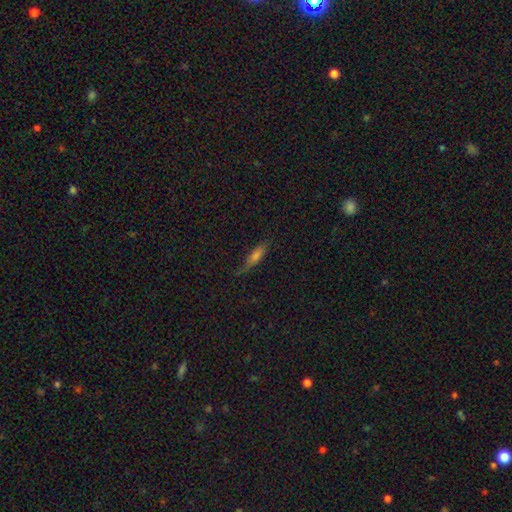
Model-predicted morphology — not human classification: Q: Smooth or featured?
A: smooth (53%); runner-up: featured or disk (35%)
Q: How rounded?
A: cigar-shaped (72%); runner-up: in between (25%)
Q: Merging?
A: none (69%); runner-up: minor disturbance (23%)